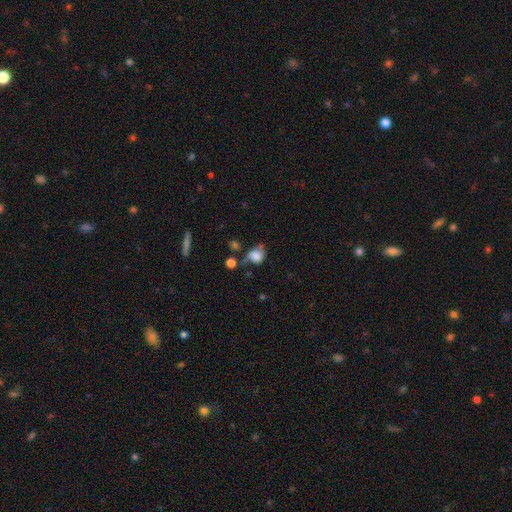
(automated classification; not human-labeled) A smooth galaxy with no disk features (67%) that is round (56%).

Vote fractions:
- Smooth or featured? smooth: 67% / featured or disk: 22% / star or artifact: 11%
- How rounded? round: 56% / in between: 43% / cigar-shaped: 2%
- Merging? none: 34% / minor disturbance: 28% / major disturbance: 22% / merger: 16%